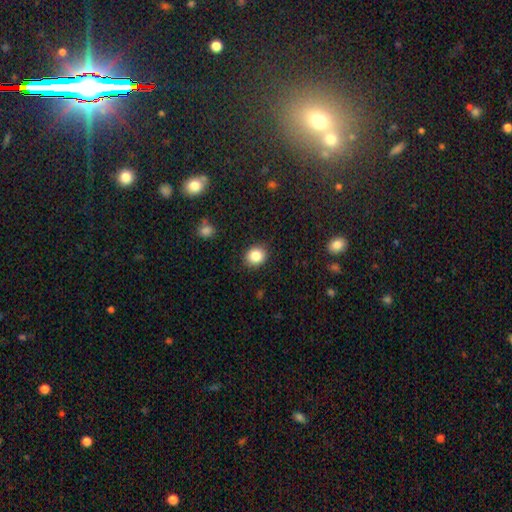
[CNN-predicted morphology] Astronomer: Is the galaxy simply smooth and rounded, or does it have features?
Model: smooth — 86%.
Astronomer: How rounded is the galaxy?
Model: round — 65%.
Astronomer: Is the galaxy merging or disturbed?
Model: none — 88%.